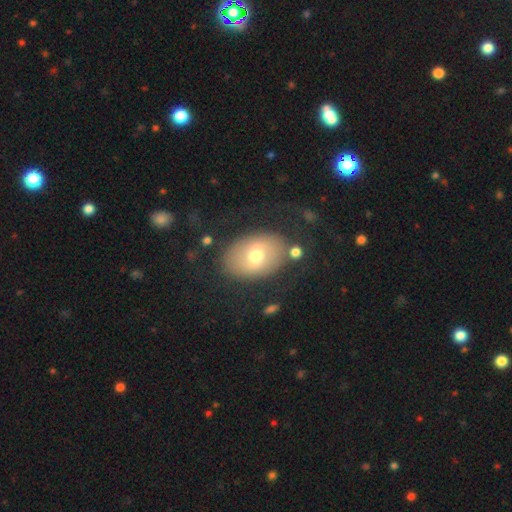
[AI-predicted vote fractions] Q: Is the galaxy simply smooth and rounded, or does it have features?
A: smooth — 59%.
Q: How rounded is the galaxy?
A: in between — 77%.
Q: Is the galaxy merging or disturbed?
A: none — 77%.